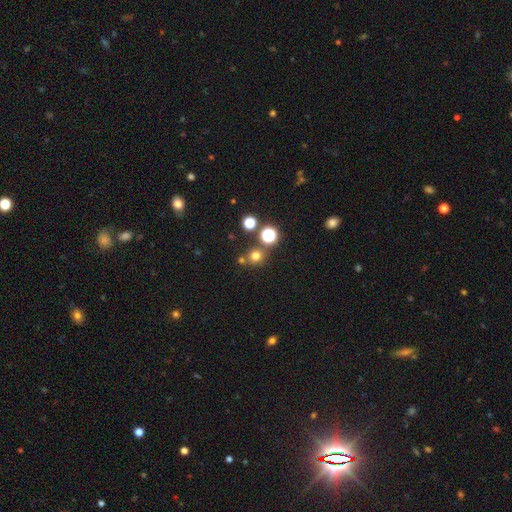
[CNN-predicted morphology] This is likely a smooth galaxy (69%). How rounded: clearly round (90%). Merging: likely none (74%).